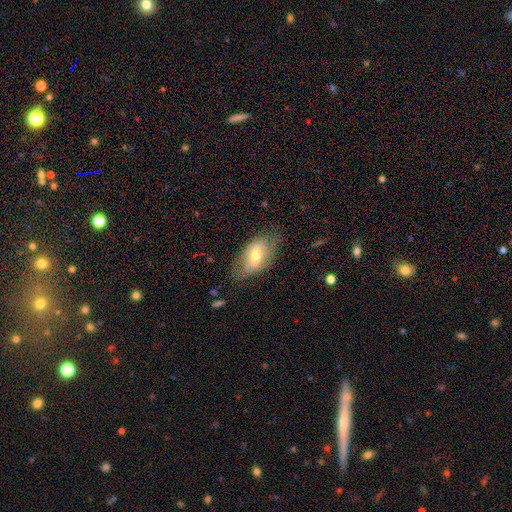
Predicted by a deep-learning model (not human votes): Q: Smooth or featured?
A: featured or disk (47%); runner-up: smooth (46%)
Q: Merging?
A: none (65%); runner-up: minor disturbance (24%)